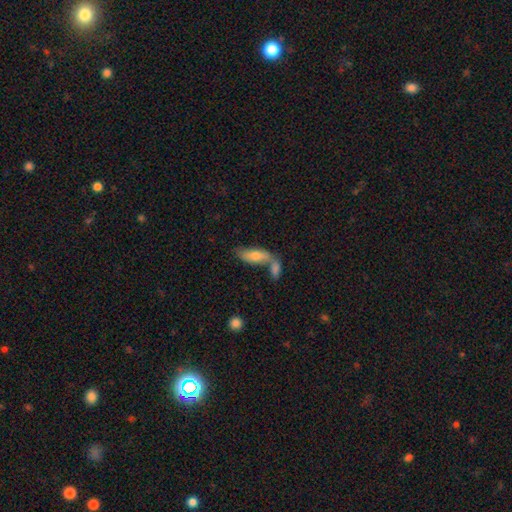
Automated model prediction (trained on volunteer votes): A smooth galaxy with no disk features (66%) that is in between round and cigar-shaped (68%). Merging: merger (45%).